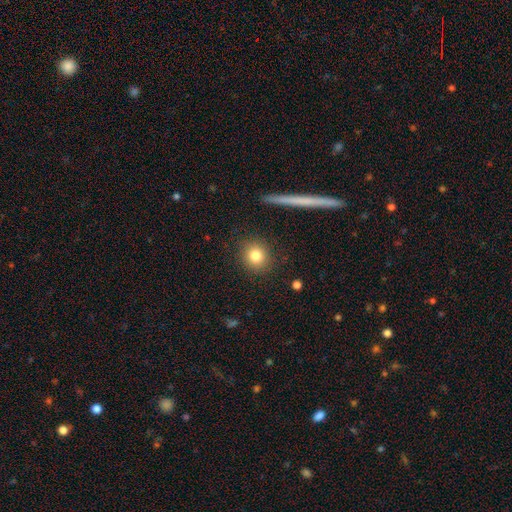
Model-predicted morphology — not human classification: smooth 82%, star or artifact 10%, featured or disk 8%. Down the decision tree: how rounded — round (89%); merging — none (89%).